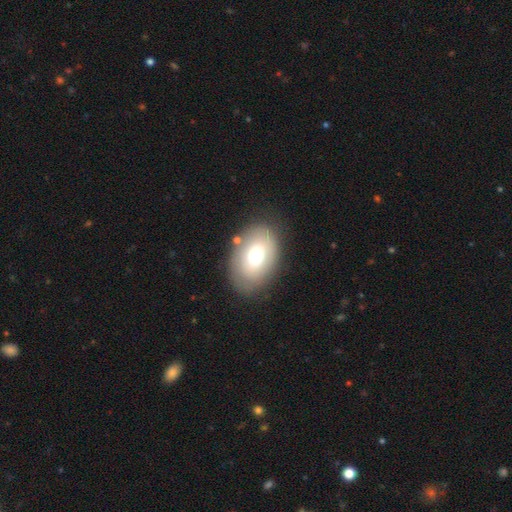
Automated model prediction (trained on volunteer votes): Smooth or featured?
  - smooth: 69% *
  - featured or disk: 23%
  - star or artifact: 8%
How rounded?
  - in between: 82% *
  - round: 17%
  - cigar-shaped: 1%
Merging?
  - none: 78% *
  - minor disturbance: 14%
  - major disturbance: 5%
  - merger: 3%